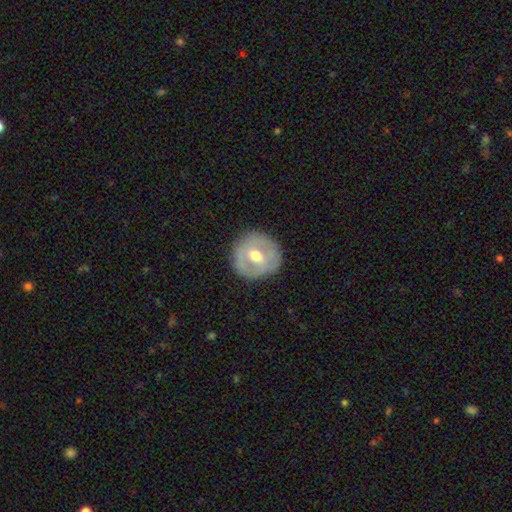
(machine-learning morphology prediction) featured or disk 53%, smooth 41%, star or artifact 6%. Down the decision tree: edge-on disk — no (94%); merging — none (84%).